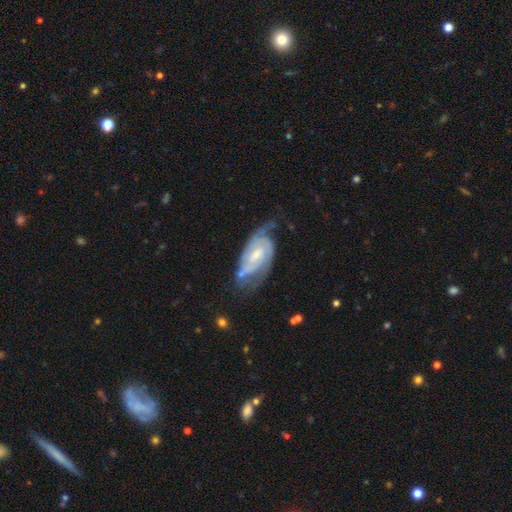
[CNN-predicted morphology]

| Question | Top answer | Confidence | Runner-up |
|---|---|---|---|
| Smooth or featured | featured or disk | 85% | smooth (10%) |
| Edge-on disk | no | 96% | yes (4%) |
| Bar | weak | 50% | no (36%) |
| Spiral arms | yes | 95% | no (5%) |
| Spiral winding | tight | 53% | medium (38%) |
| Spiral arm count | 2 | 59% | can't tell (19%) |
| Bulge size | small | 46% | moderate (44%) |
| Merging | none | 54% | minor disturbance (26%) |